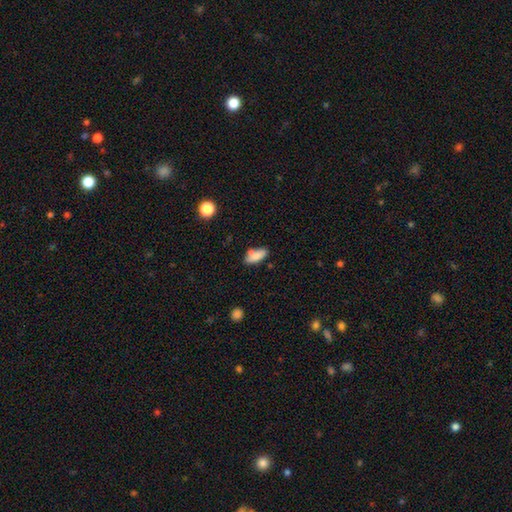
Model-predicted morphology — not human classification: type=smooth (81%); roundness=in between (77%); merging=none (61%).